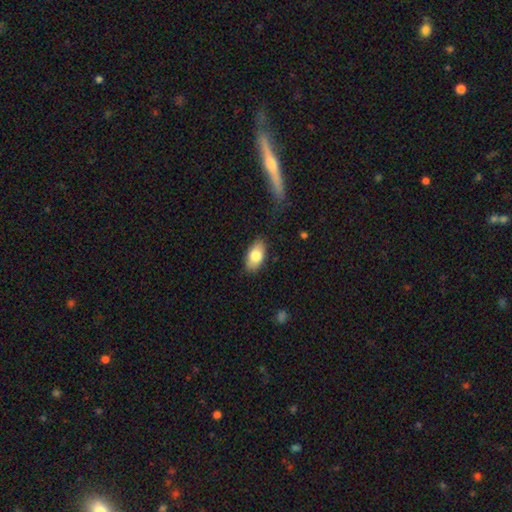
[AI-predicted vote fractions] Smooth or featured? smooth (80%)
How rounded? in between (92%)
Merging? none (81%)